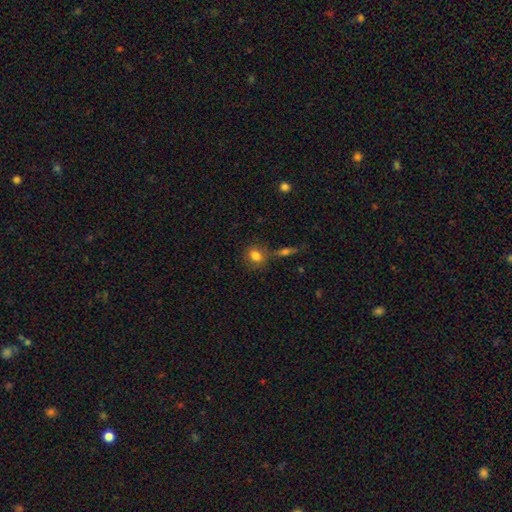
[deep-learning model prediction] The model was most divided on "how rounded": round: 55%, in between: 42%, cigar-shaped: 3%. More confident: smooth or featured — smooth (81%); merging — none (69%).